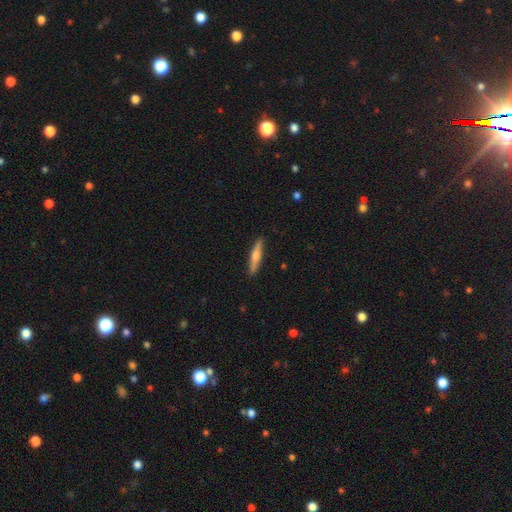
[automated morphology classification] Smooth or featured? smooth (59%)
How rounded? cigar-shaped (90%)
Merging? none (90%)